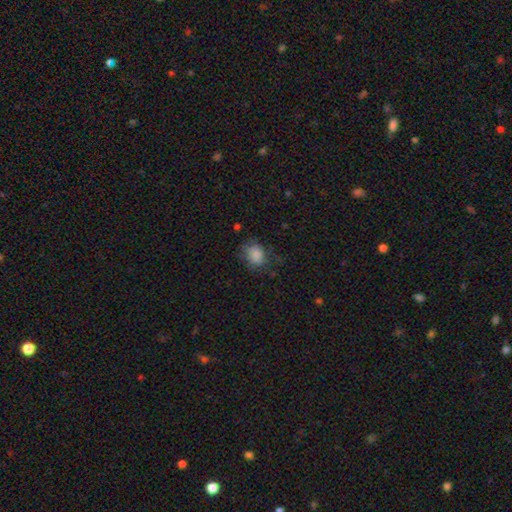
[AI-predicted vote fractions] Morphology: type=smooth (82%); roundness=in between (51%); merging=none (62%).